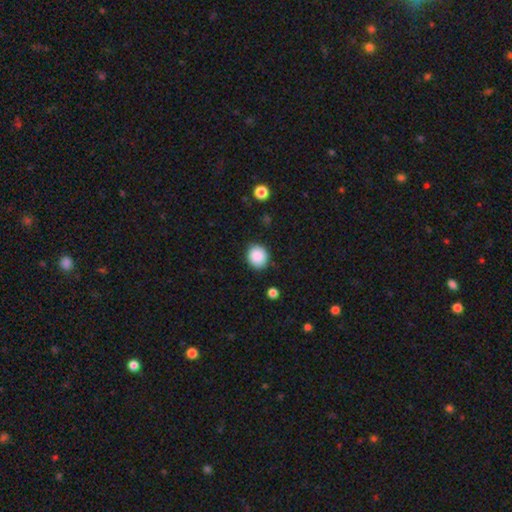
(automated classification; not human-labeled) This is clearly a smooth galaxy (88%). How rounded: clearly round (81%). Merging: clearly none (85%).